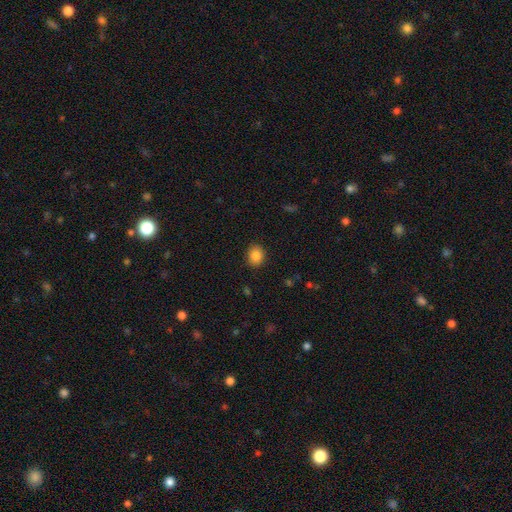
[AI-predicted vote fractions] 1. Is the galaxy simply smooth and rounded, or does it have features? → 86% smooth, 9% star or artifact, 5% featured or disk.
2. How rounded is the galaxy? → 62% round, 37% in between, 1% cigar-shaped.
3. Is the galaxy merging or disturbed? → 88% none, 8% minor disturbance, 2% major disturbance, 1% merger.